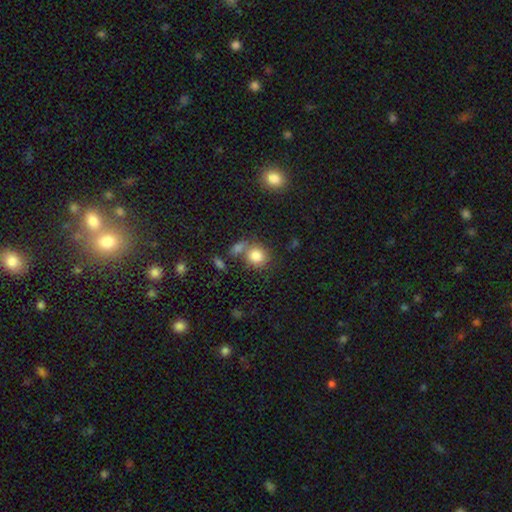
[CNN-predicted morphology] smooth 82%, star or artifact 10%, featured or disk 8%. Down the decision tree: how rounded — round (76%); merging — none (56%).